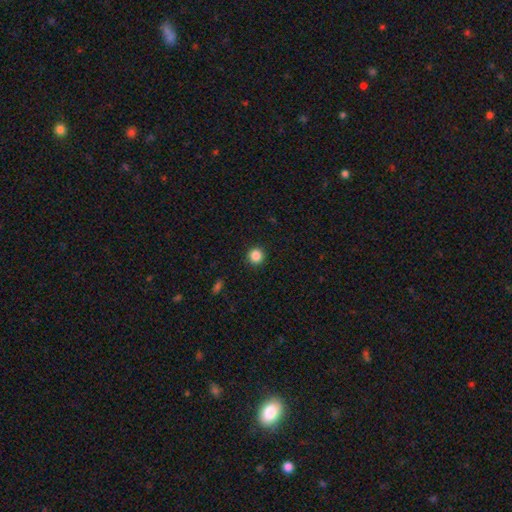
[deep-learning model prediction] smooth 86%, star or artifact 11%, featured or disk 3%. Down the decision tree: how rounded — round (95%); merging — none (92%).